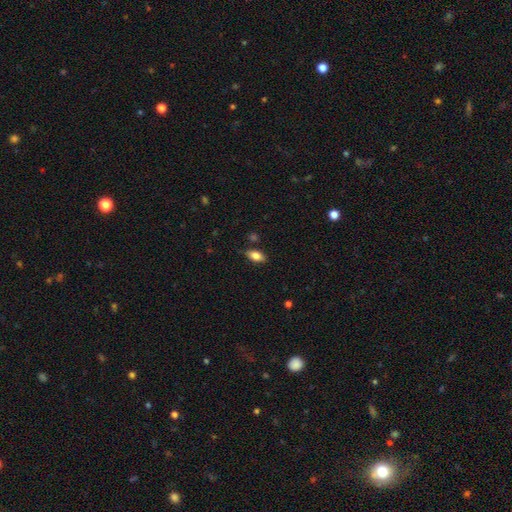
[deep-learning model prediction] smooth-or-featured: smooth: 82% | featured or disk: 11% | star or artifact: 8%
  how-rounded: in between: 89% | cigar-shaped: 7% | round: 4%
  merging: none: 81% | minor disturbance: 13% | merger: 3% | major disturbance: 3%